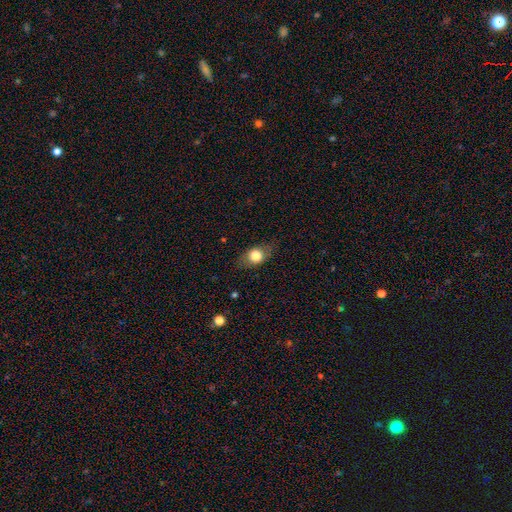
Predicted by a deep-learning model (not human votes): This is likely a smooth galaxy (72%). How rounded: likely in between (62%). Merging: likely none (76%).